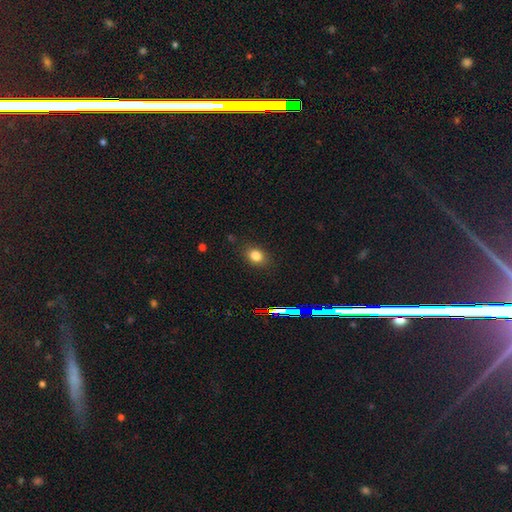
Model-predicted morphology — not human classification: smooth-or-featured: smooth: 79% | star or artifact: 15% | featured or disk: 6%
  how-rounded: in between: 54% | round: 45% | cigar-shaped: 1%
  merging: none: 86% | minor disturbance: 10% | major disturbance: 3% | merger: 1%